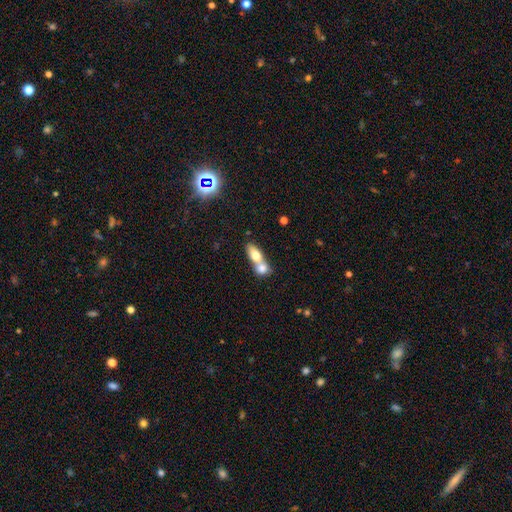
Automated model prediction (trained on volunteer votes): smooth-or-featured: smooth: 70% | featured or disk: 22% | star or artifact: 8%
  how-rounded: in between: 70% | round: 17% | cigar-shaped: 13%
  merging: merger: 73% | none: 19% | minor disturbance: 5% | major disturbance: 3%